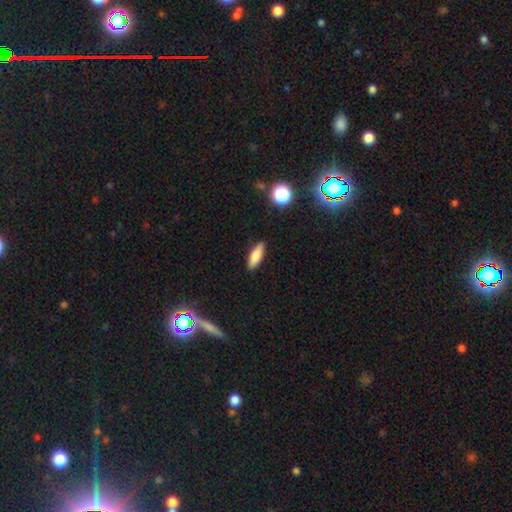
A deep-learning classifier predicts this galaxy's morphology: Smooth or featured?
  - smooth: 81% *
  - featured or disk: 11%
  - star or artifact: 8%
How rounded?
  - in between: 60% *
  - cigar-shaped: 38%
  - round: 2%
Merging?
  - none: 88% *
  - minor disturbance: 8%
  - major disturbance: 2%
  - merger: 1%